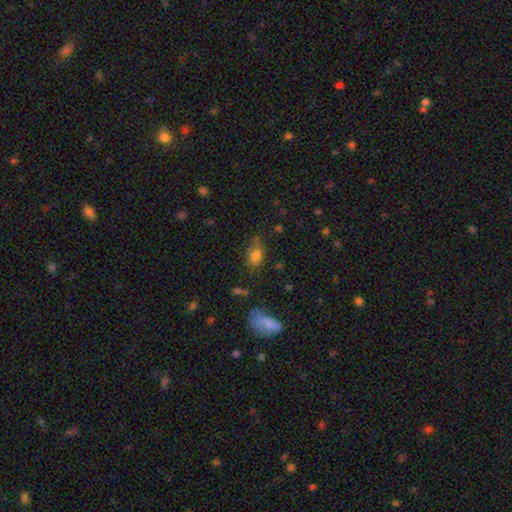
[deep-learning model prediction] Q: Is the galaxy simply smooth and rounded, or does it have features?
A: smooth — 75%.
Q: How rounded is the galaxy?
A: in between — 75%.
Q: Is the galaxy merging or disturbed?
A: none — 57%.